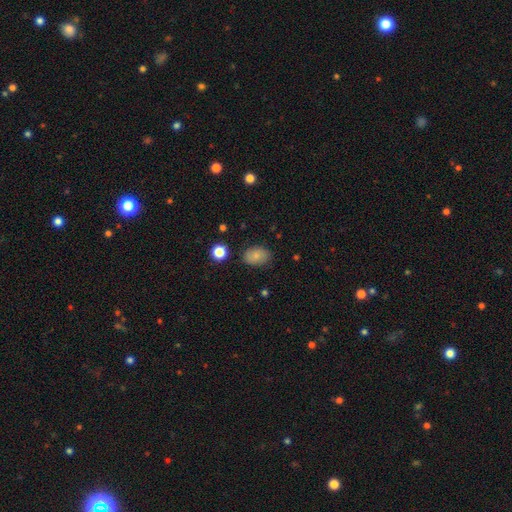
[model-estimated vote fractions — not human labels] smooth 78%, featured or disk 12%, star or artifact 10%. Down the decision tree: how rounded — in between (76%); merging — none (81%).